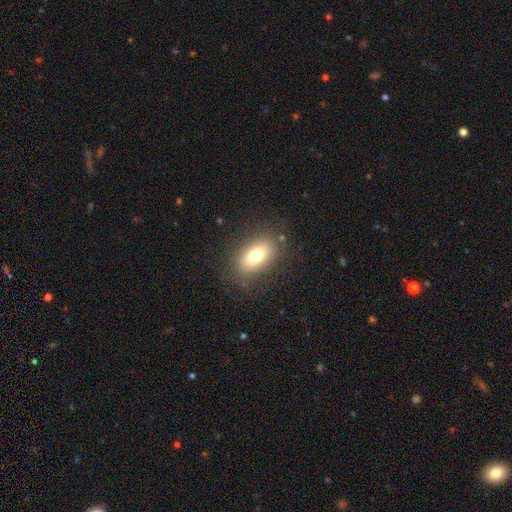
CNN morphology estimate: This is likely a smooth galaxy (75%). How rounded: clearly in between (87%). Merging: clearly none (82%).